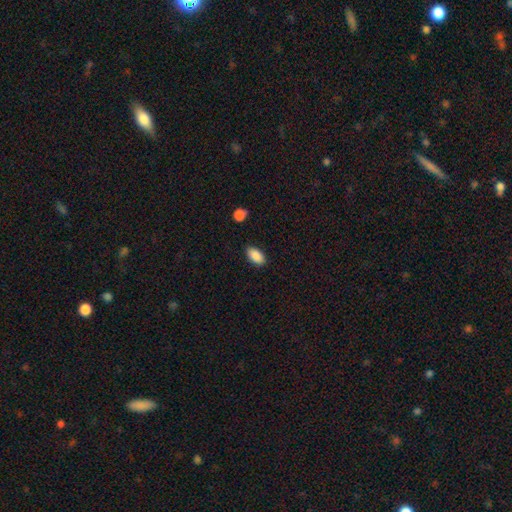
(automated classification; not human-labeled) Smooth or featured?
  - smooth: 89% *
  - star or artifact: 7%
  - featured or disk: 4%
How rounded?
  - in between: 94% *
  - round: 4%
  - cigar-shaped: 3%
Merging?
  - none: 87% *
  - minor disturbance: 9%
  - major disturbance: 2%
  - merger: 2%